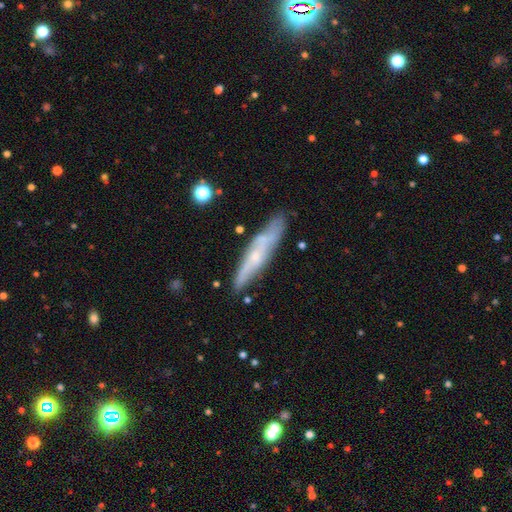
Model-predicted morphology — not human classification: A featured or disk galaxy (58%) viewed edge-on (65%). Merging: none (75%).